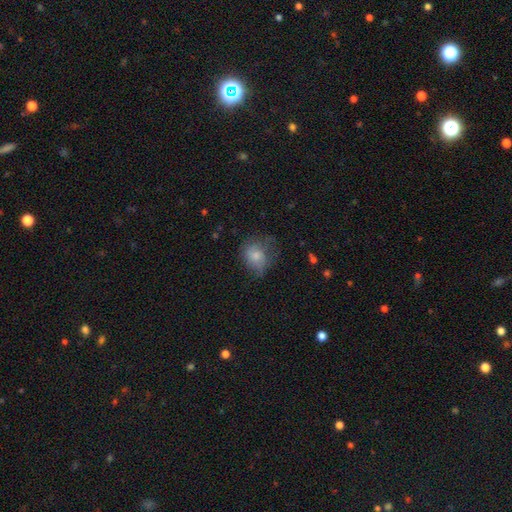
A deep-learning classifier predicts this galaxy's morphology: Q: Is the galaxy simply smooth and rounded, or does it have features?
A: smooth — 69%.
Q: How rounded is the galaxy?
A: round — 57%.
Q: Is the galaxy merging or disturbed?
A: none — 46%.